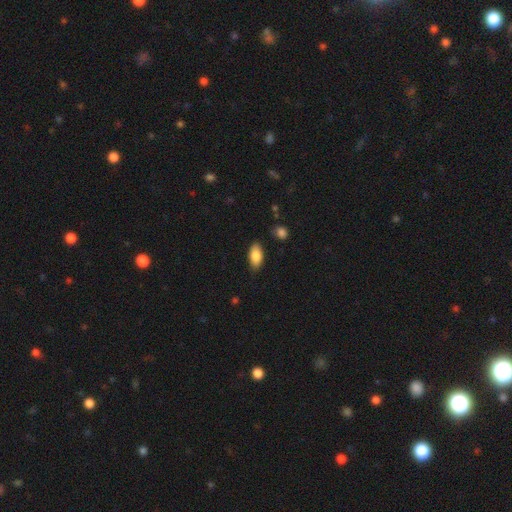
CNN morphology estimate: smooth_or_featured: smooth (p=0.85) [alt: featured or disk p=0.08]
how_rounded: in between (p=0.91) [alt: cigar-shaped p=0.06]
merging: none (p=0.82) [alt: minor disturbance p=0.14]